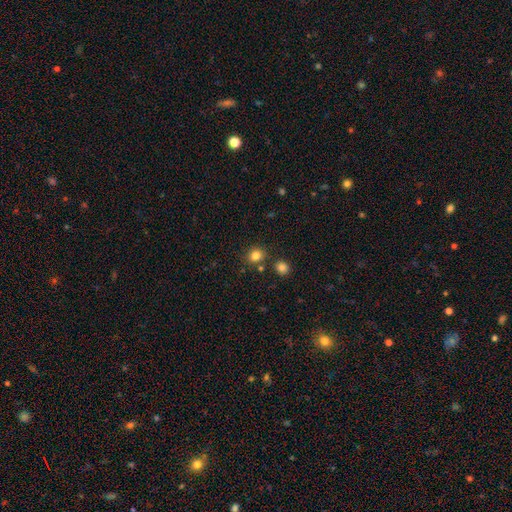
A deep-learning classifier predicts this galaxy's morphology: The model was most divided on "how rounded": round: 77%, in between: 22%, cigar-shaped: 1%. More confident: smooth or featured — smooth (82%); merging — none (80%).